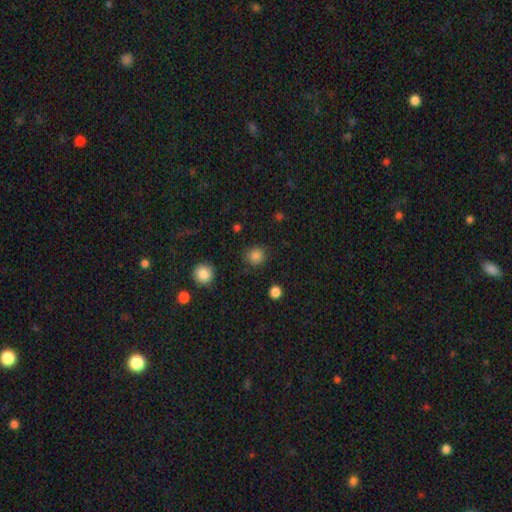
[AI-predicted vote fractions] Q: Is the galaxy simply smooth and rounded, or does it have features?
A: smooth — 85%.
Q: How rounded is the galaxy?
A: round — 92%.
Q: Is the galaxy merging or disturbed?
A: none — 87%.